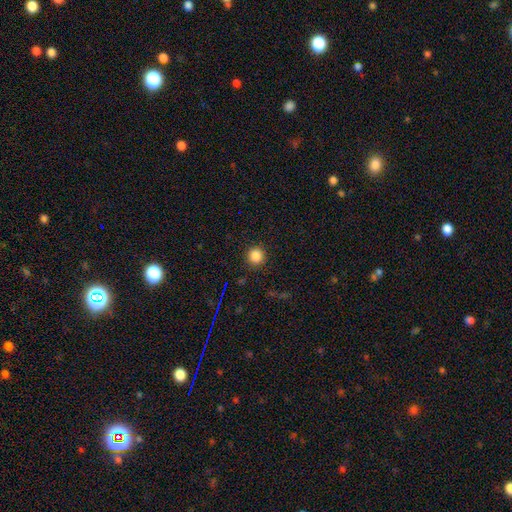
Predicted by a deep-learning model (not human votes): A smooth galaxy with no disk features (84%) that is round (95%). Merging: none (90%).